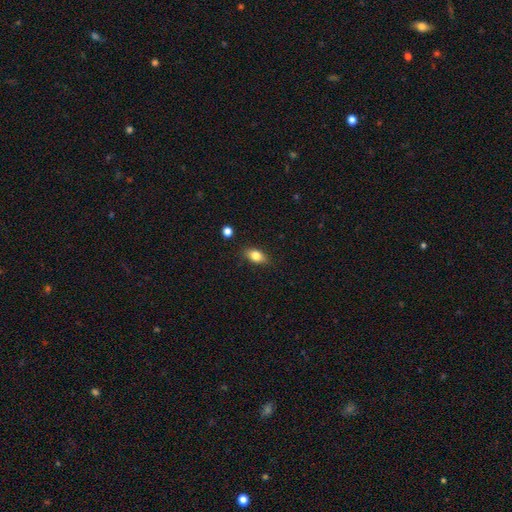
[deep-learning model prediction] The model was most divided on "smooth or featured": smooth: 80%, featured or disk: 11%, star or artifact: 9%. More confident: merging — none (83%); how rounded — in between (83%).